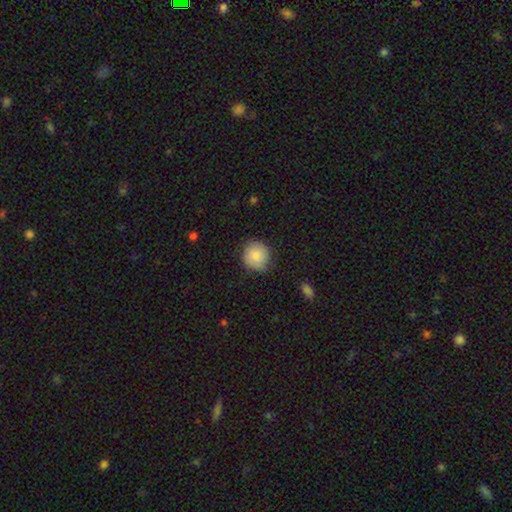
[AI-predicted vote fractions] smooth-or-featured: smooth: 86% | star or artifact: 7% | featured or disk: 7%
  how-rounded: round: 91% | in between: 8% | cigar-shaped: 1%
  merging: none: 81% | minor disturbance: 15% | major disturbance: 3% | merger: 1%